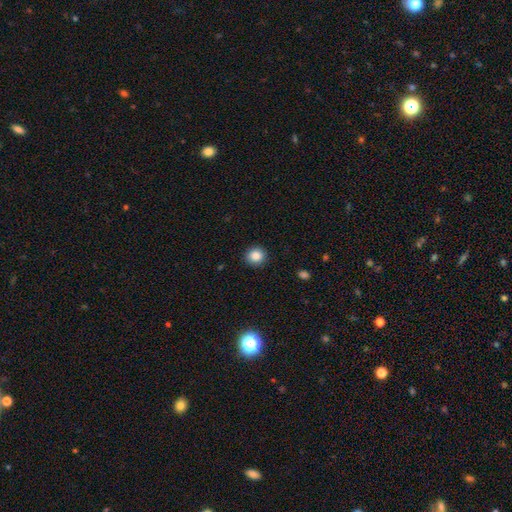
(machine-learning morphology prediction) This appears to be a smooth galaxy with no disk features (86%) that is round (90%). Merging: none (92%).